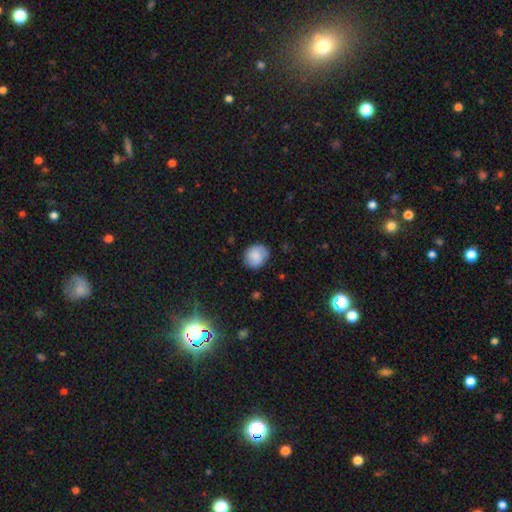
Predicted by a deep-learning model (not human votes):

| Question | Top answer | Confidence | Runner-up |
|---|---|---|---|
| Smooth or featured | smooth | 78% | featured or disk (14%) |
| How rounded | round | 70% | in between (30%) |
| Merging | none | 74% | minor disturbance (20%) |